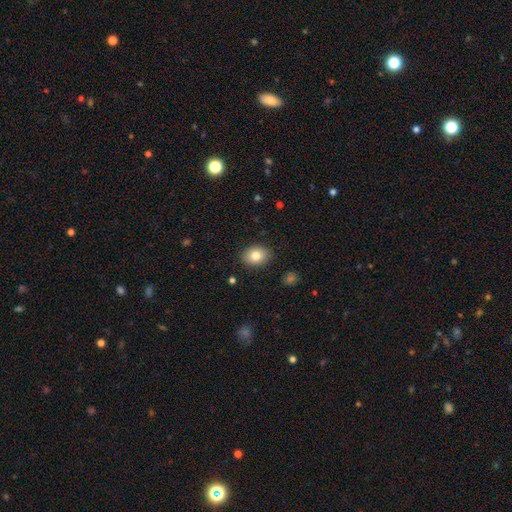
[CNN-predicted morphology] A smooth galaxy with no disk features (82%) that is in between round and cigar-shaped (65%). Merging: none (88%).